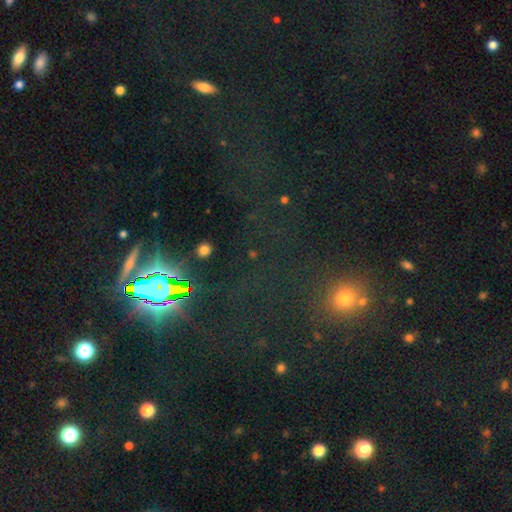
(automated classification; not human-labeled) Q: Smooth or featured?
A: star or artifact (66%); runner-up: smooth (24%)